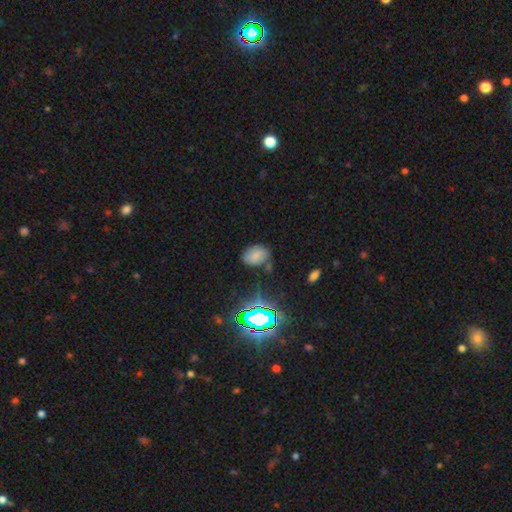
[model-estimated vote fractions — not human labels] smooth_or_featured: smooth (p=0.66) [alt: star or artifact p=0.20]
how_rounded: in between (p=0.74) [alt: round p=0.25]
merging: none (p=0.67) [alt: minor disturbance p=0.22]